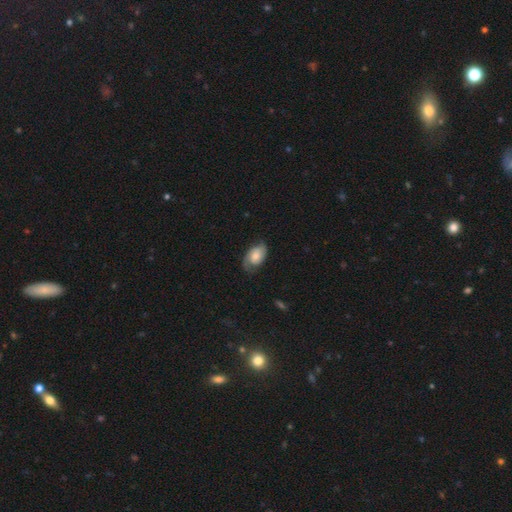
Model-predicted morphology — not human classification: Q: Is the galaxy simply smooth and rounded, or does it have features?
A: featured or disk — 55%.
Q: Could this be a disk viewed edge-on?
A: no — 95%.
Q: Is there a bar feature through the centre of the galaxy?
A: no — 71%.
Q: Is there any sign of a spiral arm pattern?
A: yes — 87%.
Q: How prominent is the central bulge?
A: moderate — 51%.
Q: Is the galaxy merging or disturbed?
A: none — 64%.